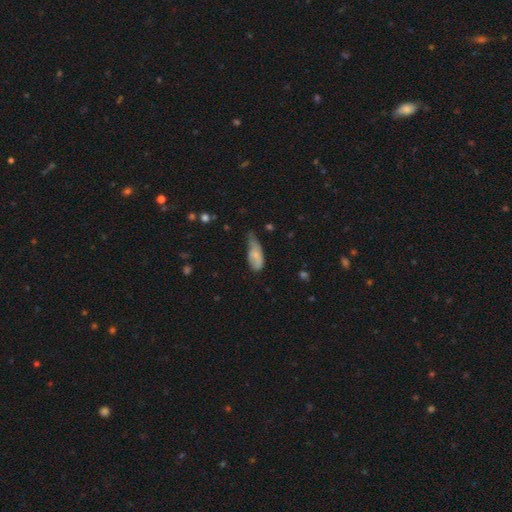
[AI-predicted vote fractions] smooth-or-featured: smooth: 74% | featured or disk: 18% | star or artifact: 7%
  how-rounded: in between: 83% | cigar-shaped: 14% | round: 3%
  merging: minor disturbance: 49% | major disturbance: 24% | none: 23% | merger: 4%